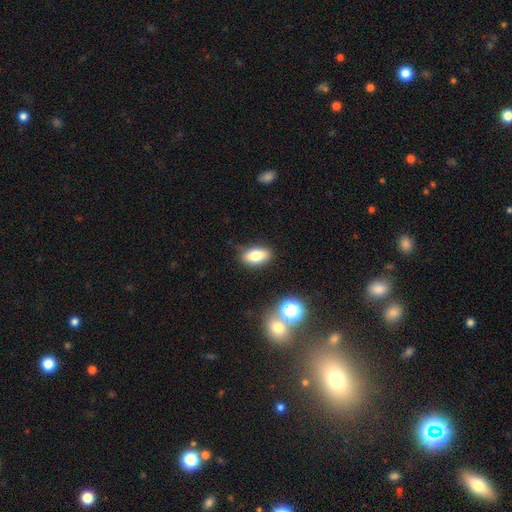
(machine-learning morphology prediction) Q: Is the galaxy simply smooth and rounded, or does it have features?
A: smooth — 76%.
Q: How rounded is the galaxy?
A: in between — 86%.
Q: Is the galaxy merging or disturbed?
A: none — 82%.